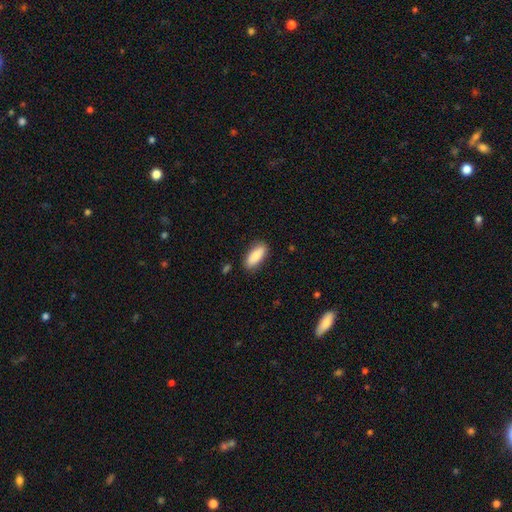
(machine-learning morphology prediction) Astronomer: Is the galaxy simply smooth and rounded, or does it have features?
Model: smooth — 85%.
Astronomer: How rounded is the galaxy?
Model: in between — 79%.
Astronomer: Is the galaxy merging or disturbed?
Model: none — 85%.